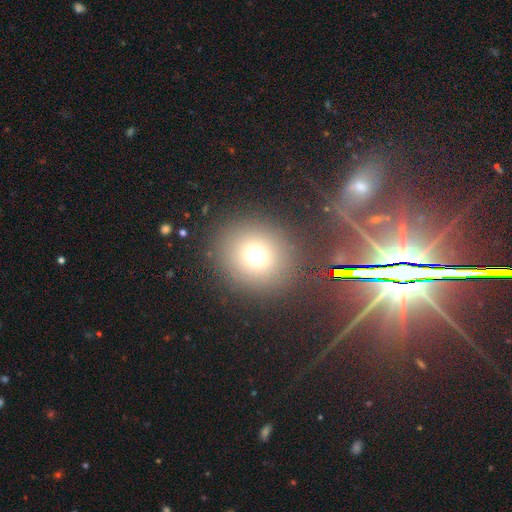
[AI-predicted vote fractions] Smooth or featured: smooth — 71% (star or artifact — 19%)
How rounded: round — 88% (in between — 11%)
Merging: none — 82% (minor disturbance — 8%)